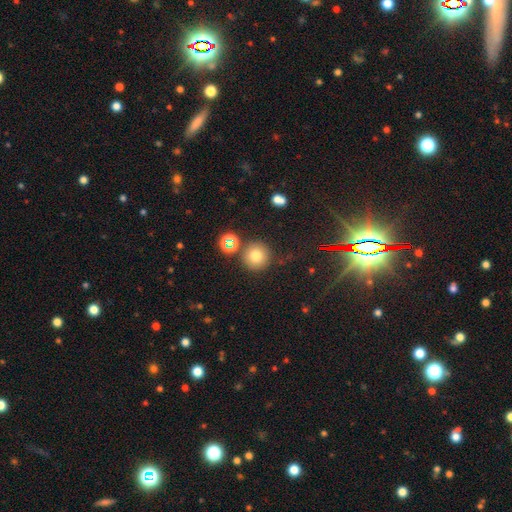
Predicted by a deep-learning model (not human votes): smooth-or-featured: smooth: 75% | star or artifact: 16% | featured or disk: 9%
  how-rounded: round: 93% | in between: 6% | cigar-shaped: 1%
  merging: none: 82% | minor disturbance: 9% | merger: 6% | major disturbance: 3%